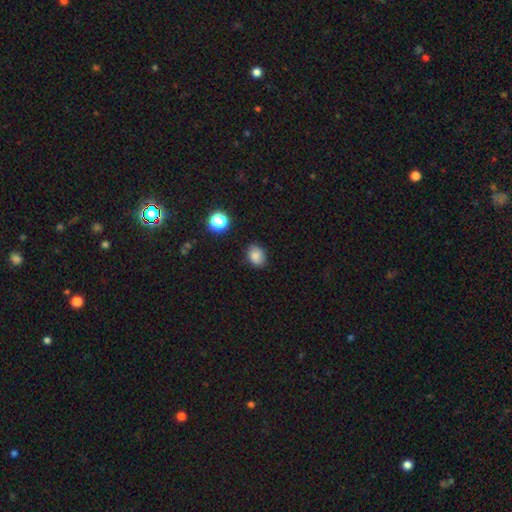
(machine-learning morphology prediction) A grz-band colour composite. It shows a smooth galaxy with no disk features (81%) that is in between round and cigar-shaped (56%). Merging: none (80%).